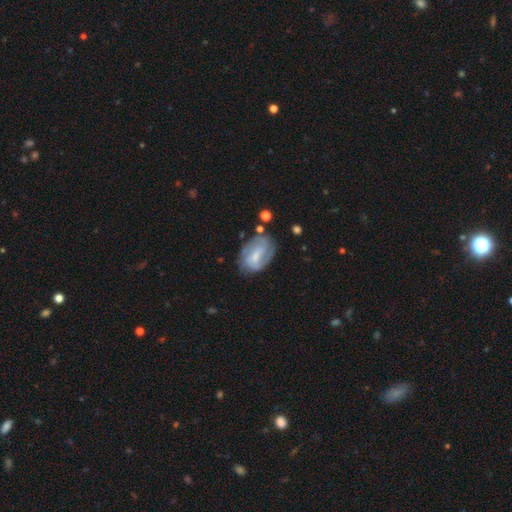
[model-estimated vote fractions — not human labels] Smooth or featured? Predicted: featured or disk (p=0.67). Edge-on disk? Predicted: no (p=0.96). Bar? Predicted: weak (p=0.49). Spiral arms? Predicted: yes (p=0.82). Spiral winding? Predicted: tight (p=0.42). Spiral arm count? Predicted: 2 (p=0.43). Bulge size? Predicted: small (p=0.52). Merging? Predicted: none (p=0.64).